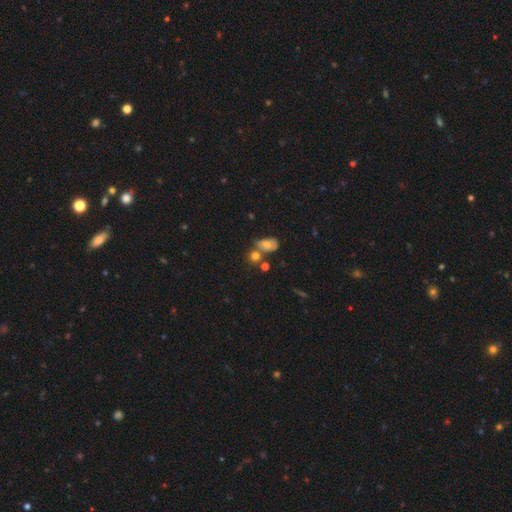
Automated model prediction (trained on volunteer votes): smooth_or_featured: smooth (p=0.70) [alt: featured or disk p=0.15]
how_rounded: round (p=0.69) [alt: in between p=0.29]
merging: none (p=0.52) [alt: merger p=0.30]